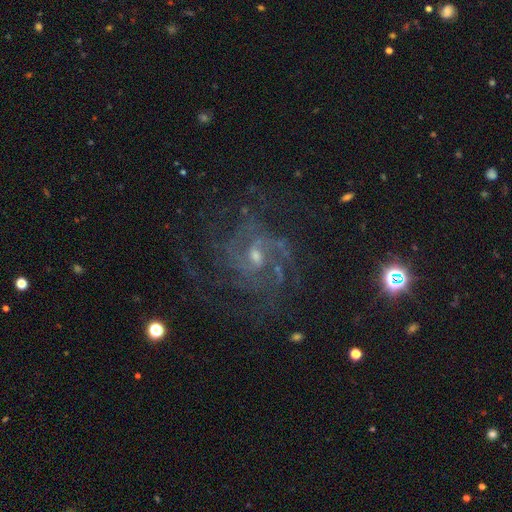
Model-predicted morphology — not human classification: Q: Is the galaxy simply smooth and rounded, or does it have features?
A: featured or disk — 85%.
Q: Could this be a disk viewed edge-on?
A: no — 98%.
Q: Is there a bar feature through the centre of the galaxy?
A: weak — 47%.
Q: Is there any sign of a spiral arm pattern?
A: yes — 95%.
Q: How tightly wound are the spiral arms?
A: medium — 44%.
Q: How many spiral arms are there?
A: can't tell — 30%.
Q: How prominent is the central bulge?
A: small — 55%.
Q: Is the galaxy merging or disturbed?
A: none — 67%.